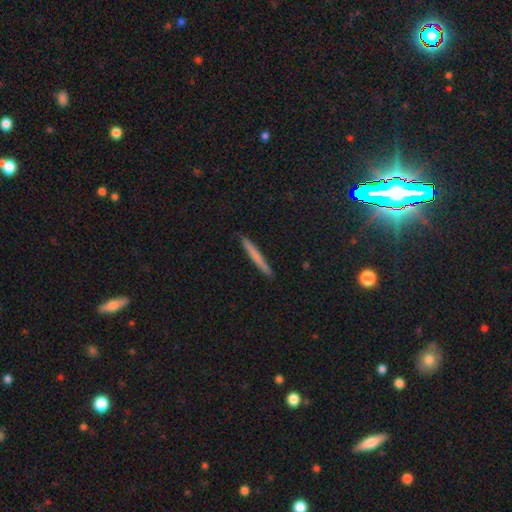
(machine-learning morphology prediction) Smooth or featured? smooth (66%)
How rounded? cigar-shaped (97%)
Merging? none (91%)